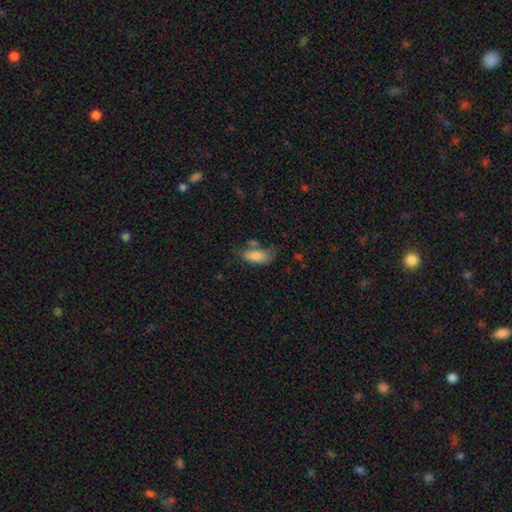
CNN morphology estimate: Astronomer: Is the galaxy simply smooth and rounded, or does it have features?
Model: smooth — 81%.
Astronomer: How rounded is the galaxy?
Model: in between — 83%.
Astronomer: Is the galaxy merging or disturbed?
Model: none — 48% (runner-up: minor disturbance, 28%).